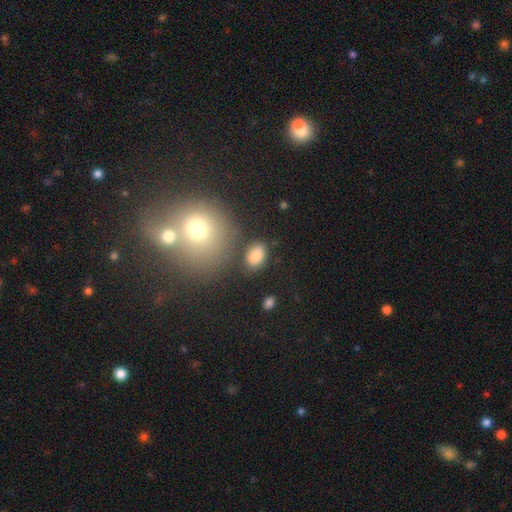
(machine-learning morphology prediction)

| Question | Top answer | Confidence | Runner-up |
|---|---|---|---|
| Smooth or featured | smooth | 83% | star or artifact (10%) |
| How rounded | in between | 81% | round (18%) |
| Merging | none | 76% | minor disturbance (14%) |